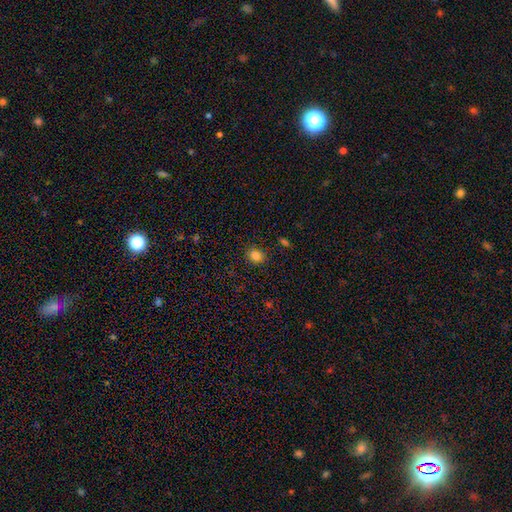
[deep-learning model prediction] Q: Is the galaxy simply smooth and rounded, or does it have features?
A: smooth — 83%.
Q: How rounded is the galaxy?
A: round — 78%.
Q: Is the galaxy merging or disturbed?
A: none — 89%.